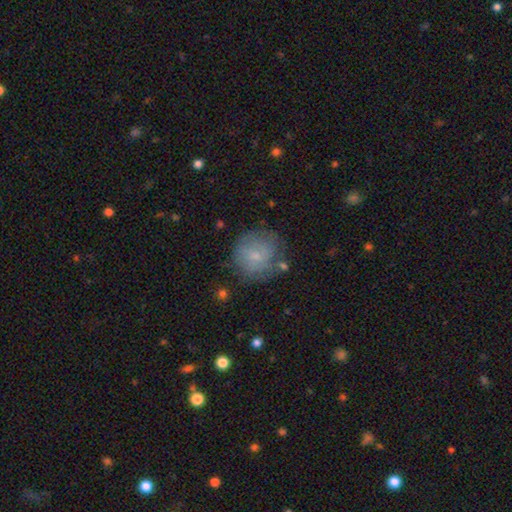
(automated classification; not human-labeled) This is likely a smooth galaxy (67%). How rounded: clearly round (90%). Merging: likely none (68%).